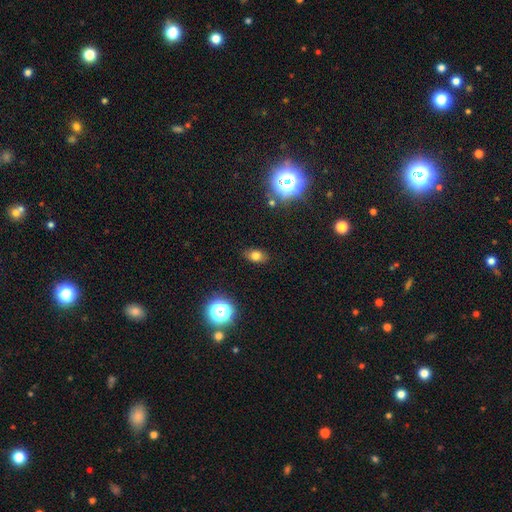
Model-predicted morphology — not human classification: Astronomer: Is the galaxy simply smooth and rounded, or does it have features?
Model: smooth — 74%.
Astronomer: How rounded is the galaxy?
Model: in between — 78%.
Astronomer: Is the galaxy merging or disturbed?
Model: none — 86%.